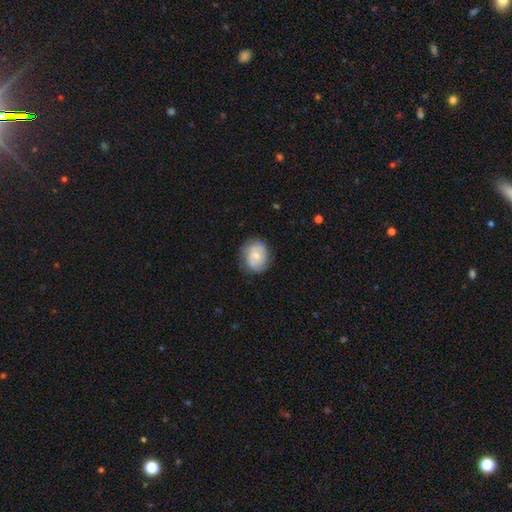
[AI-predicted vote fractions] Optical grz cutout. It shows a smooth galaxy with no disk features (53%) that is round (64%). Merging: none (71%).